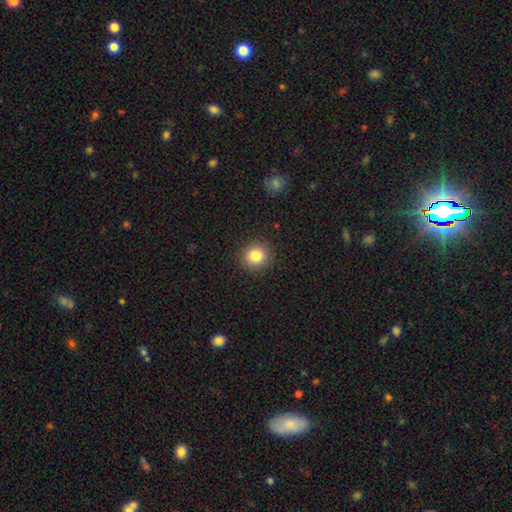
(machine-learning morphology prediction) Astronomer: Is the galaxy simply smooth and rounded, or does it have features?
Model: smooth — 83%.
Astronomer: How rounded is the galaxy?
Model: round — 91%.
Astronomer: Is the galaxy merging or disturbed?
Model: none — 91%.